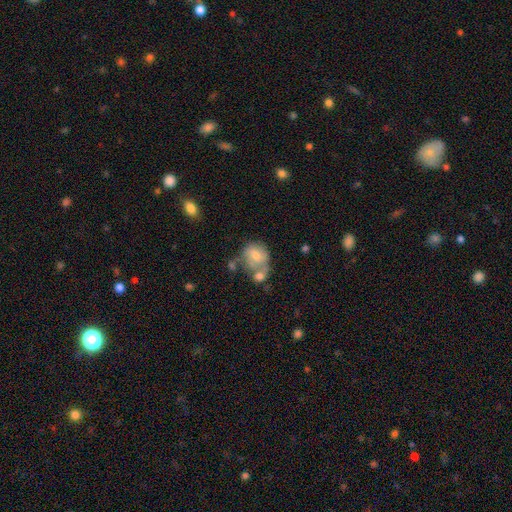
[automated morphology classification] The model was most divided on "merging": merger: 39%, none: 33%, minor disturbance: 18%, major disturbance: 11%. More confident: how rounded — round (64%); smooth or featured — smooth (59%).